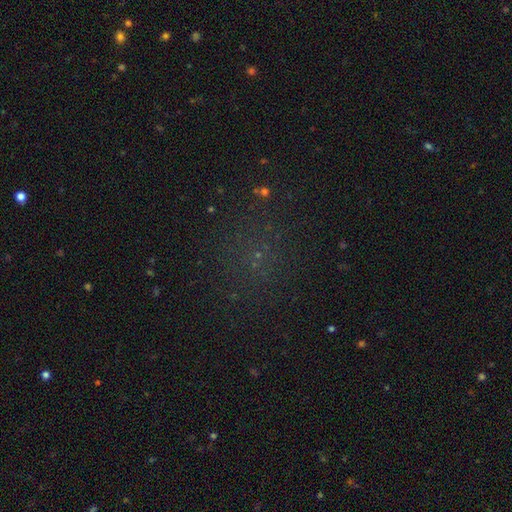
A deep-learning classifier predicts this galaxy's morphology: Q: Smooth or featured?
A: star or artifact (49%); runner-up: smooth (40%)